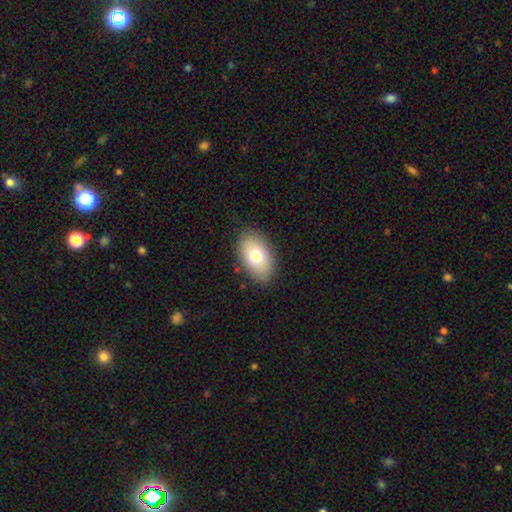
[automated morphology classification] Smooth or featured: smooth — 74% (featured or disk — 18%)
How rounded: in between — 91% (round — 8%)
Merging: none — 86% (minor disturbance — 11%)